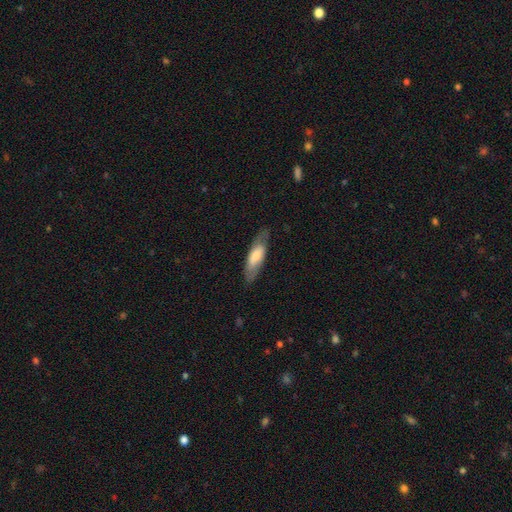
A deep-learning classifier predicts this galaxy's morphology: A smooth galaxy with no disk features (60%) that is in between round and cigar-shaped (54%).

Vote fractions:
- Smooth or featured? smooth: 60% / featured or disk: 34% / star or artifact: 6%
- How rounded? in between: 54% / cigar-shaped: 45% / round: 2%
- Merging? none: 78% / minor disturbance: 16% / major disturbance: 5% / merger: 1%